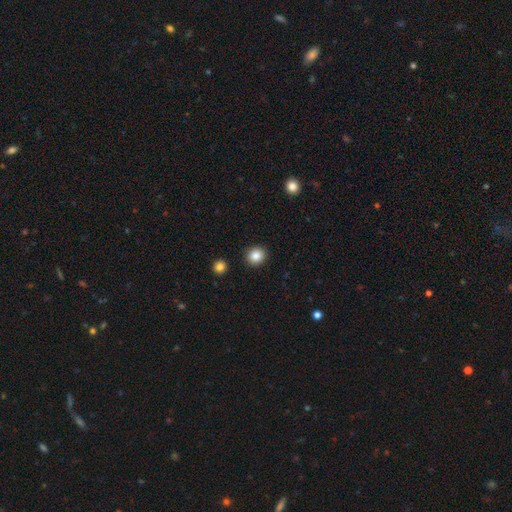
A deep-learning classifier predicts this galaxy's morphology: Q: Smooth or featured?
A: smooth (86%); runner-up: star or artifact (10%)
Q: How rounded?
A: round (86%); runner-up: in between (13%)
Q: Merging?
A: none (92%); runner-up: minor disturbance (5%)